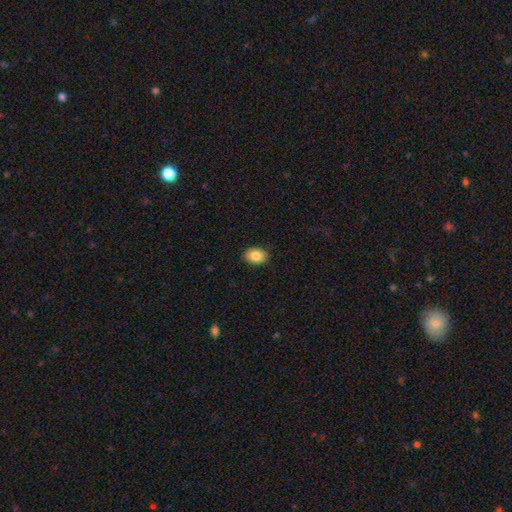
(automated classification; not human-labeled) Smooth or featured? Predicted: smooth (p=0.85). How rounded? Predicted: in between (p=0.75). Merging? Predicted: none (p=0.89).